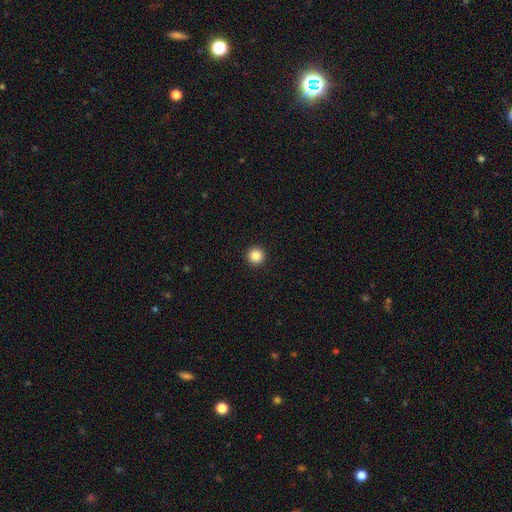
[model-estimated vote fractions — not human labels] This appears to be a smooth galaxy with no disk features (86%) that is round (96%). Merging: none (94%).